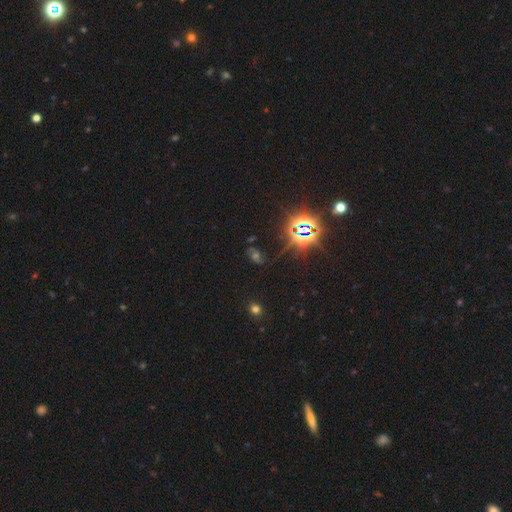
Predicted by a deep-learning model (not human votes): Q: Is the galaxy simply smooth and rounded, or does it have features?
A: star or artifact — 63%.